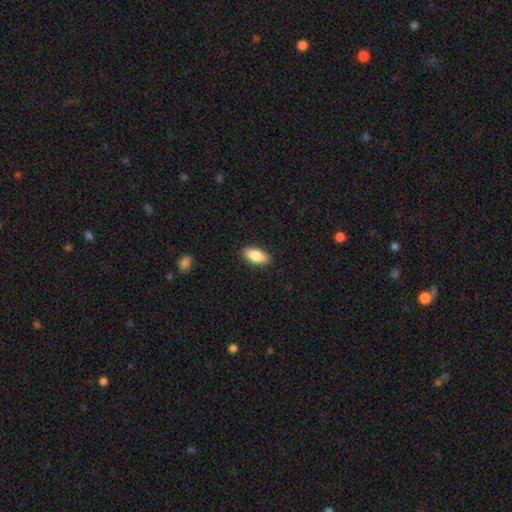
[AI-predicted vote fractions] Overall: smooth (86%). How rounded: in between (88%). Merging: none (89%).